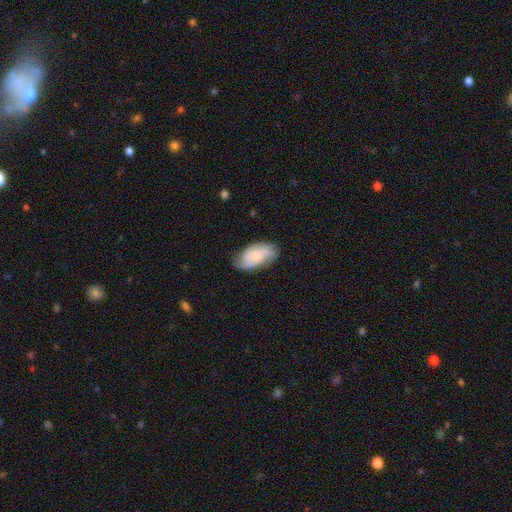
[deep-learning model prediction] Morphology: type=smooth (52%); roundness=in between (93%); merging=none (61%).